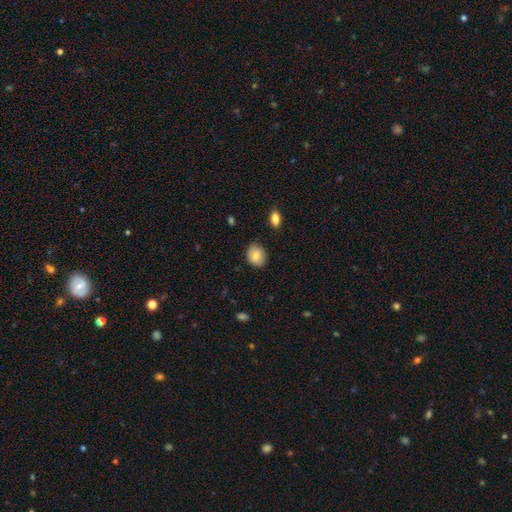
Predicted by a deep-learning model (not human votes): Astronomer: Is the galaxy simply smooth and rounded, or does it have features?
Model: smooth — 81%.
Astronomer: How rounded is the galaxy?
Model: round — 51% (runner-up: in between, 48%).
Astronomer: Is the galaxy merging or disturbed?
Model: none — 83%.